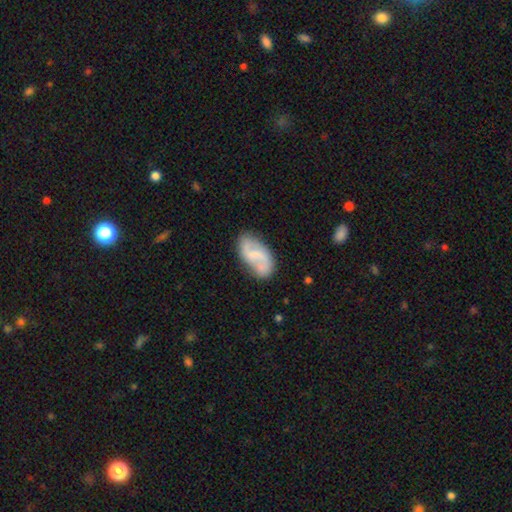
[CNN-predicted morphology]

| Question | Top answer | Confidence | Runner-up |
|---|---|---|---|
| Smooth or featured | featured or disk | 67% | smooth (27%) |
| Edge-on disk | no | 97% | yes (3%) |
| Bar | weak | 51% | no (28%) |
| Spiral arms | yes | 87% | no (13%) |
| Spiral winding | loose | 54% | medium (33%) |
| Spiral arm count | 2 | 86% | can't tell (7%) |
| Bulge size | small | 40% | none (39%) |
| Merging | none | 70% | minor disturbance (20%) |